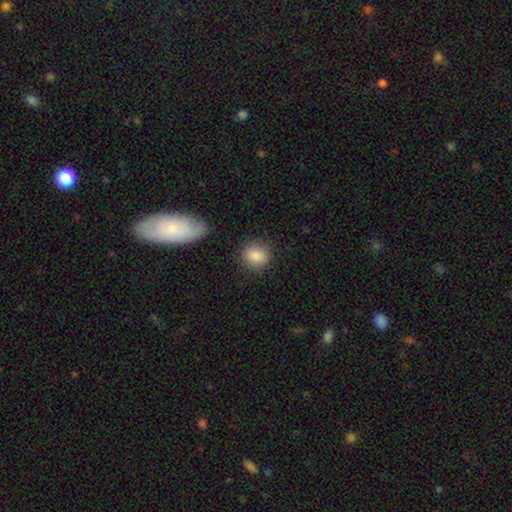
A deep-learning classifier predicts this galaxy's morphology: smooth_or_featured: smooth (p=0.87) [alt: star or artifact p=0.08]
how_rounded: round (p=0.70) [alt: in between p=0.29]
merging: none (p=0.83) [alt: minor disturbance p=0.12]